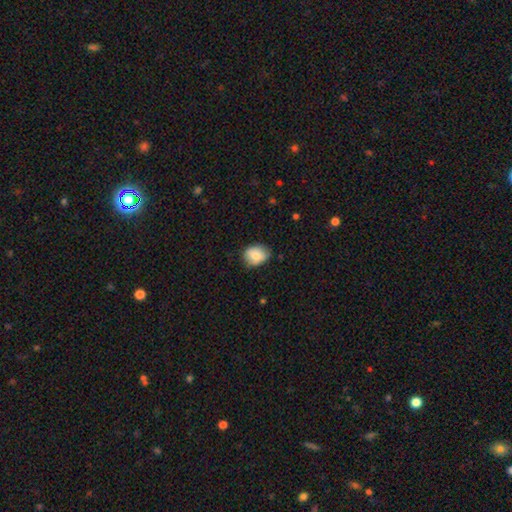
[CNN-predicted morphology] smooth 73%, featured or disk 19%, star or artifact 8%. Down the decision tree: how rounded — in between (53%); merging — none (69%).